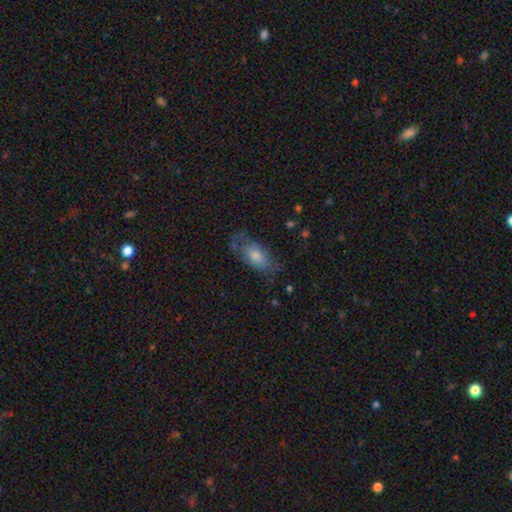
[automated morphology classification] This is possibly a smooth galaxy (51%). How rounded: clearly in between (85%). Merging: possibly none (55%).